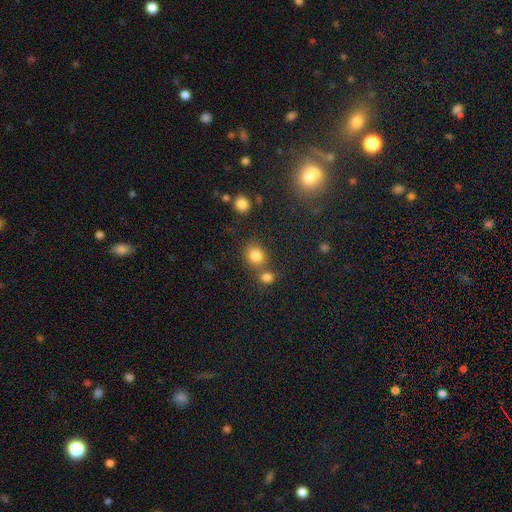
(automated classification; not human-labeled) Overall: smooth (82%). How rounded: round (71%). Merging: none (62%; merger 25%).